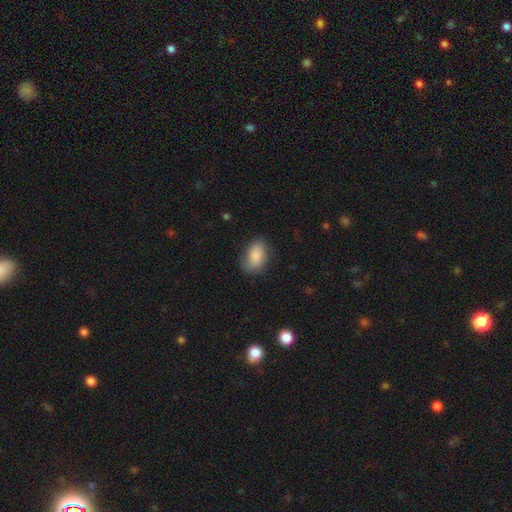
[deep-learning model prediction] A smooth galaxy with no disk features (82%) that is in between round and cigar-shaped (88%).

Vote fractions:
- Smooth or featured? smooth: 82% / featured or disk: 11% / star or artifact: 7%
- How rounded? in between: 88% / round: 10% / cigar-shaped: 2%
- Merging? none: 72% / minor disturbance: 21% / major disturbance: 6% / merger: 1%